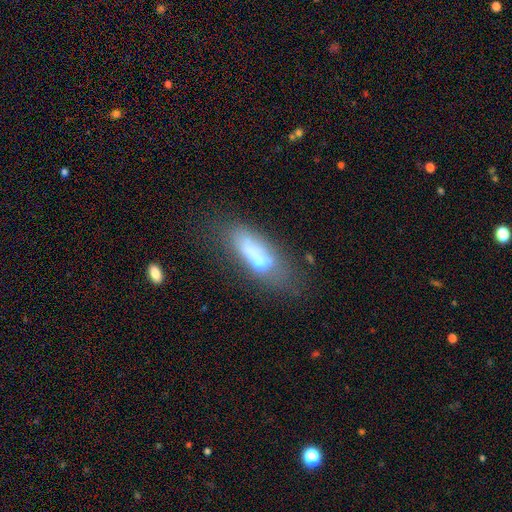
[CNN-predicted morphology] smooth_or_featured: smooth (p=0.56) [alt: featured or disk p=0.31]
how_rounded: in between (p=0.56) [alt: cigar-shaped p=0.40]
merging: none (p=0.48) [alt: minor disturbance p=0.20]